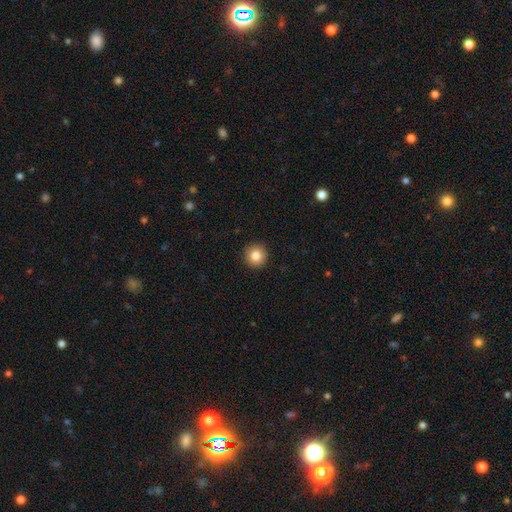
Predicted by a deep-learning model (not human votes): A smooth galaxy with no disk features (85%) that is round (95%).

Vote fractions:
- Smooth or featured? smooth: 85% / star or artifact: 9% / featured or disk: 5%
- How rounded? round: 95% / in between: 4% / cigar-shaped: 1%
- Merging? none: 92% / minor disturbance: 5% / major disturbance: 2% / merger: 1%